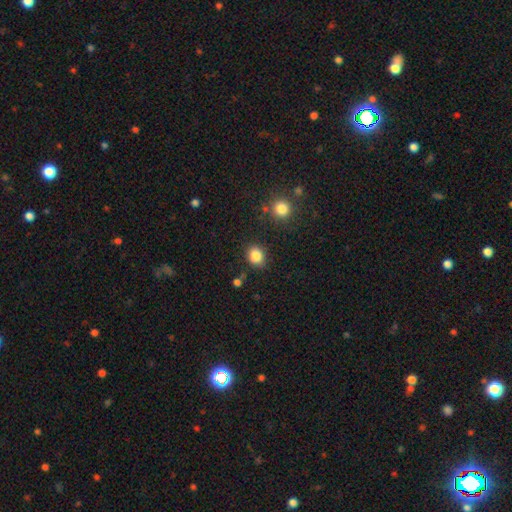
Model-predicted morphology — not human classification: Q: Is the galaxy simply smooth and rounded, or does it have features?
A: smooth — 85%.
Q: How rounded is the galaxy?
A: round — 64%.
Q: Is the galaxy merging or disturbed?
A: none — 82%.